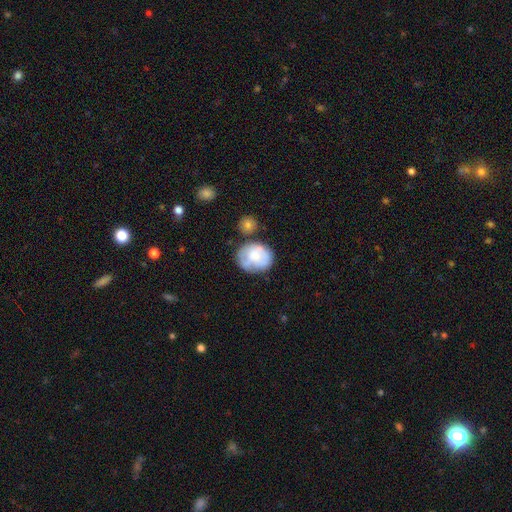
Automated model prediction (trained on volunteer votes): A smooth galaxy with no disk features (60%) that is round (59%).

Vote fractions:
- Smooth or featured? smooth: 60% / featured or disk: 33% / star or artifact: 7%
- How rounded? round: 59% / in between: 40% / cigar-shaped: 1%
- Merging? none: 50% / minor disturbance: 25% / merger: 15% / major disturbance: 10%